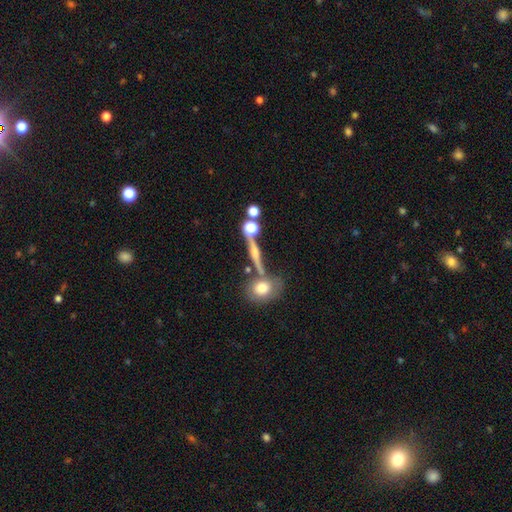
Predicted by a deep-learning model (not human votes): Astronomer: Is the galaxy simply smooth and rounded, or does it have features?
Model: smooth — 48% (runner-up: featured or disk, 29%).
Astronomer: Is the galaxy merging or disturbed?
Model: none — 41% (runner-up: merger, 38%).